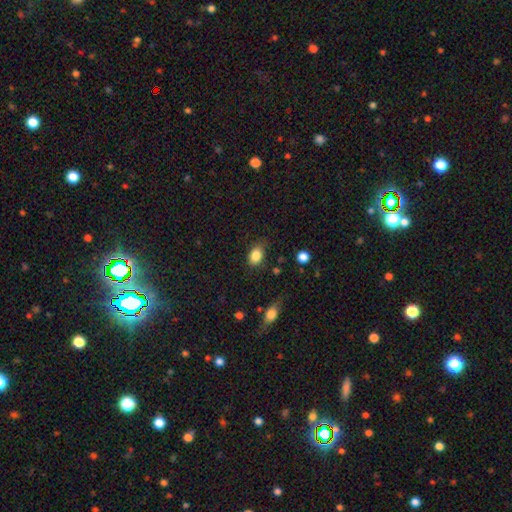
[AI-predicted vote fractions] Morphology: type=smooth (85%); roundness=in between (78%); merging=none (76%).